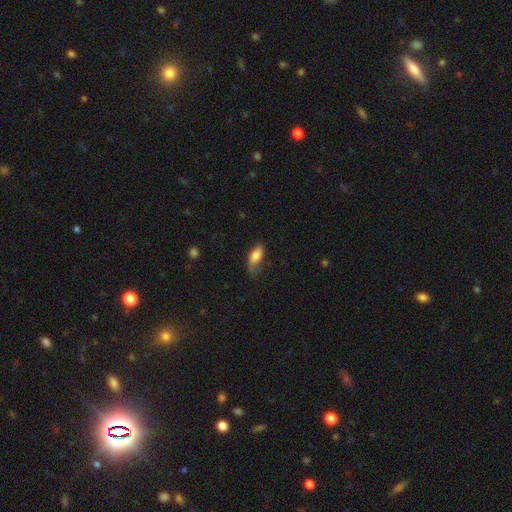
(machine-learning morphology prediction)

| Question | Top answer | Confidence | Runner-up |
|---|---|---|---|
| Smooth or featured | smooth | 73% | featured or disk (20%) |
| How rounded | in between | 85% | cigar-shaped (12%) |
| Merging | none | 50% | minor disturbance (32%) |